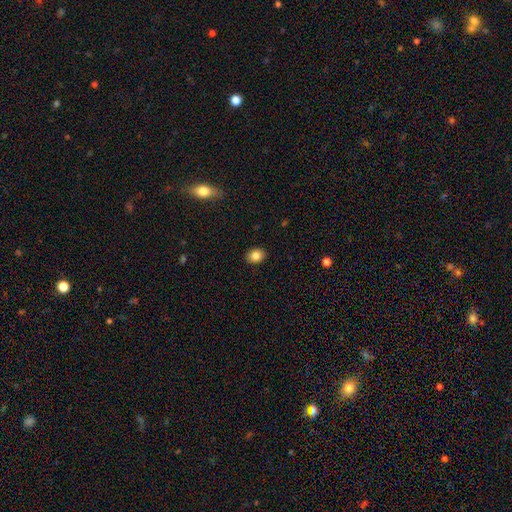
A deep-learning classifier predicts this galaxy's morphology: A smooth galaxy with no disk features (84%) that is in between round and cigar-shaped (56%). Merging: none (89%).